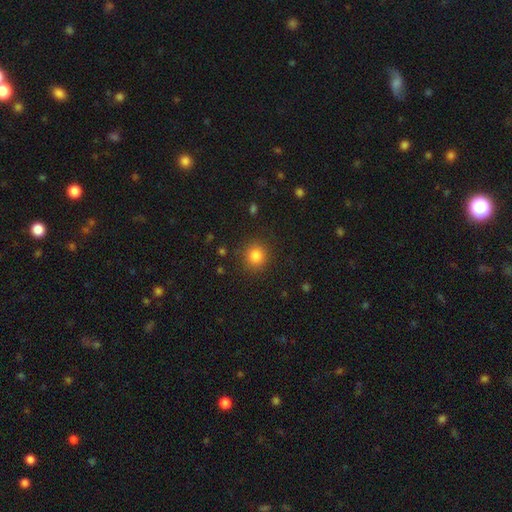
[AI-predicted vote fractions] smooth_or_featured: smooth (p=0.84) [alt: star or artifact p=0.11]
how_rounded: round (p=0.89) [alt: in between p=0.10]
merging: none (p=0.87) [alt: minor disturbance p=0.08]